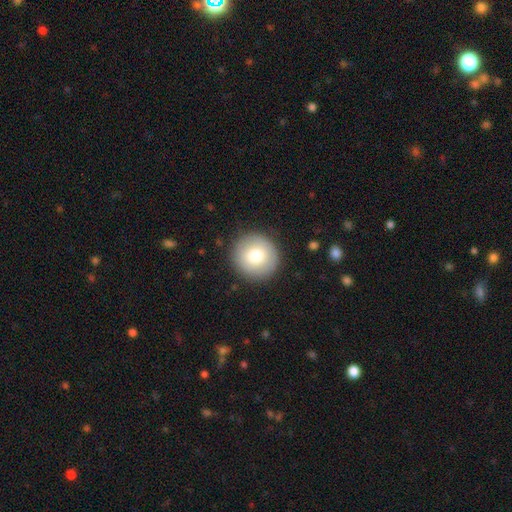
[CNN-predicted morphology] A smooth galaxy with no disk features (77%) that is round (94%).

Vote fractions:
- Smooth or featured? smooth: 77% / featured or disk: 15% / star or artifact: 8%
- How rounded? round: 94% / in between: 5% / cigar-shaped: 1%
- Merging? none: 90% / minor disturbance: 7% / major disturbance: 2% / merger: 1%